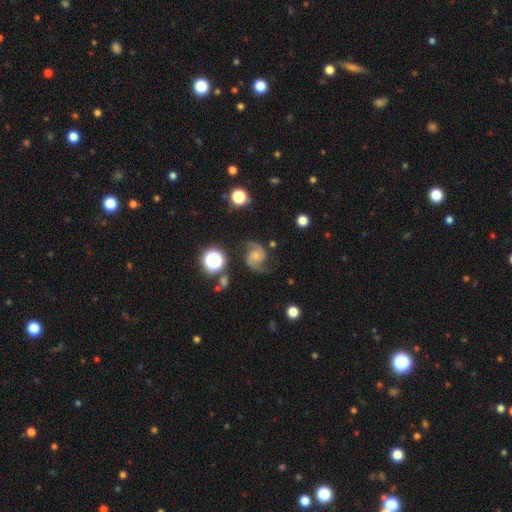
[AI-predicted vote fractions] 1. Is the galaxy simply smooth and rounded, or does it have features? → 83% featured or disk, 9% star or artifact, 9% smooth.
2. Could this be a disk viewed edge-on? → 98% no, 2% yes.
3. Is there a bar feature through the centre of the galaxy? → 62% no, 31% weak, 6% strong.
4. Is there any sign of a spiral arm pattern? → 97% yes, 3% no.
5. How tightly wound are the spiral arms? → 52% medium, 33% loose, 15% tight.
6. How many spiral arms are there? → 93% 2, 2% can't tell, 2% 1, 1% 3, 1% 4, 1% more than 4.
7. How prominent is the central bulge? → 46% small, 33% moderate, 15% none, 5% large, 2% dominant.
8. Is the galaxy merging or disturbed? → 71% none, 17% minor disturbance, 8% major disturbance, 3% merger.